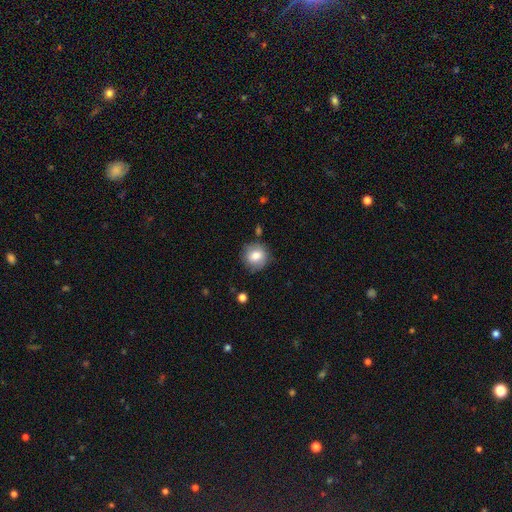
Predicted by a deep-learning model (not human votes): Smooth or featured? Predicted: smooth (p=0.79). How rounded? Predicted: round (p=0.90). Merging? Predicted: none (p=0.81).